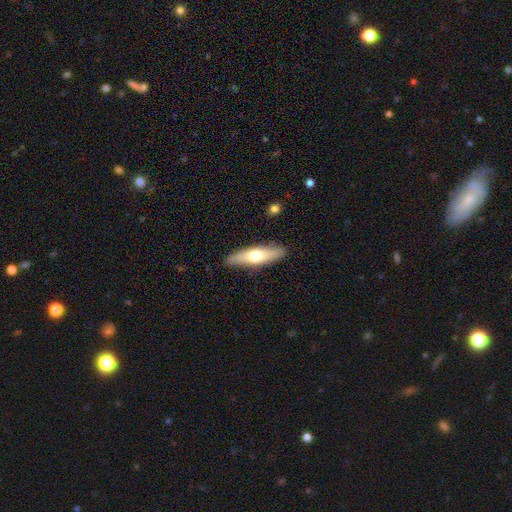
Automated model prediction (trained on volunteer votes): This is possibly a smooth galaxy (57%). How rounded: likely cigar-shaped (62%). Merging: clearly none (87%).